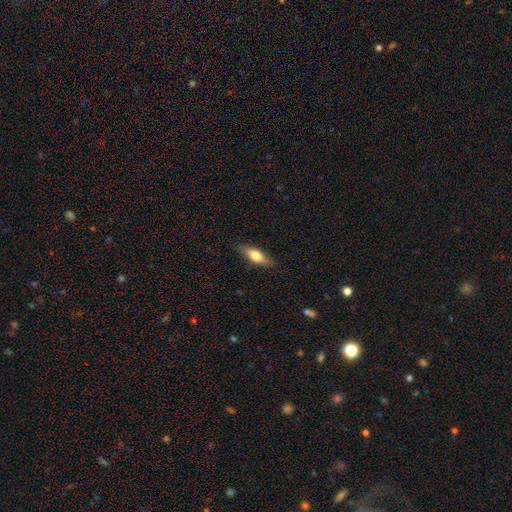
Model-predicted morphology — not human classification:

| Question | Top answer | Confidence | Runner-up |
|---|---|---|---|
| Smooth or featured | smooth | 65% | featured or disk (29%) |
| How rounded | in between | 56% | cigar-shaped (41%) |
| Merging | none | 86% | minor disturbance (11%) |